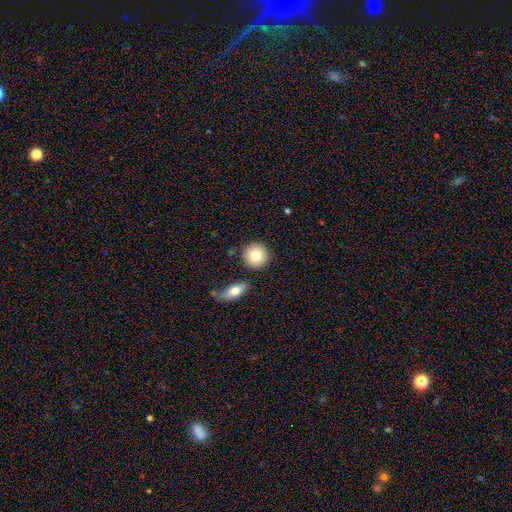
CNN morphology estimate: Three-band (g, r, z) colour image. It shows a smooth galaxy with no disk features (79%) that is round (92%). Merging: none (82%).